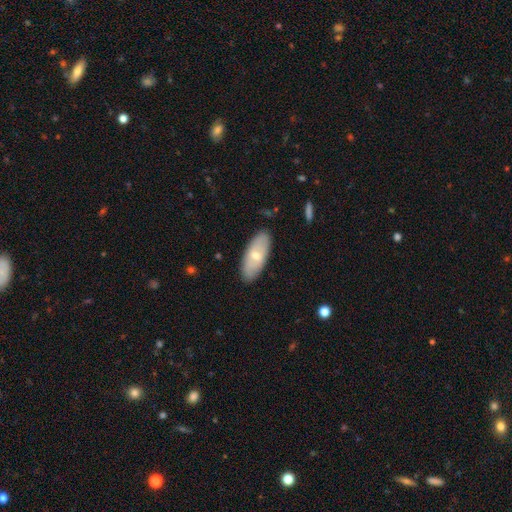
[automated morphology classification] smooth 61%, featured or disk 34%, star or artifact 5%. Down the decision tree: how rounded — in between (83%); merging — none (87%).